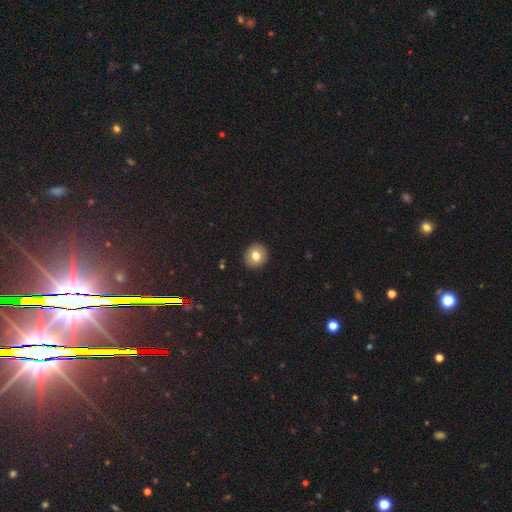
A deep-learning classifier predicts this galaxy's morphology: The model was most divided on "smooth or featured": smooth: 77%, featured or disk: 13%, star or artifact: 10%. More confident: merging — none (92%); how rounded — round (84%).